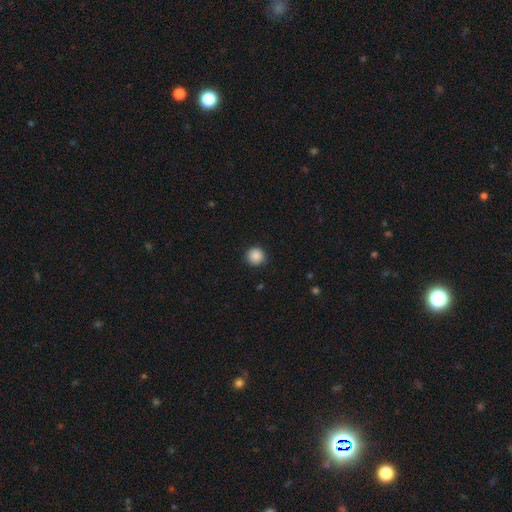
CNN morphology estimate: Smooth or featured? smooth (88%)
How rounded? round (95%)
Merging? none (91%)